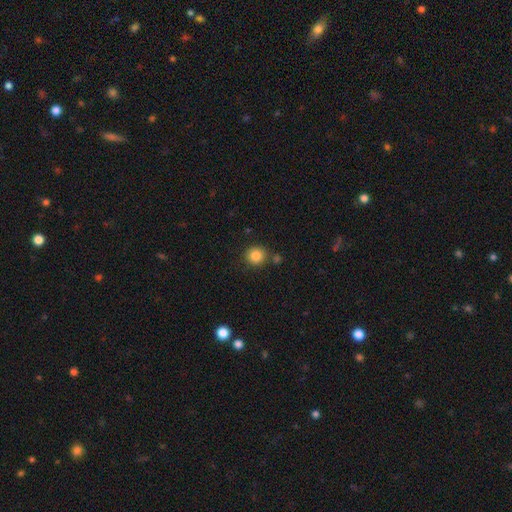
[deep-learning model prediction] This is clearly a smooth galaxy (85%). How rounded: clearly round (90%). Merging: likely none (80%).